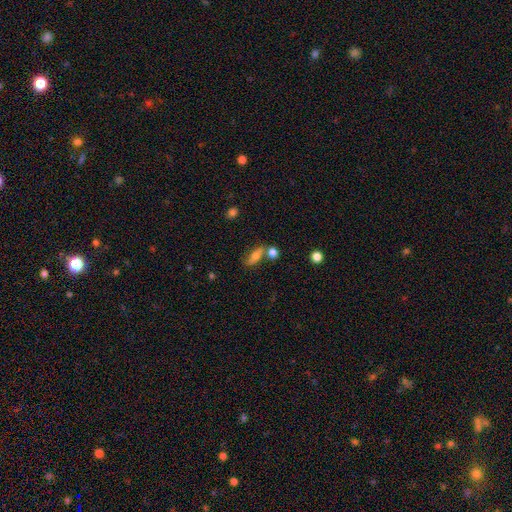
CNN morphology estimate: A smooth galaxy with no disk features (57%) that is in between round and cigar-shaped (56%). Merging: none (55%).